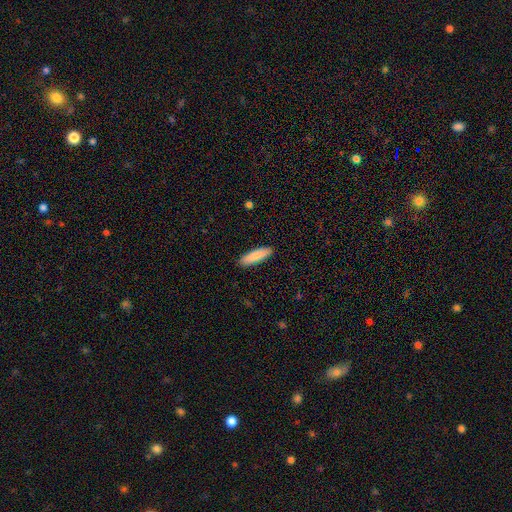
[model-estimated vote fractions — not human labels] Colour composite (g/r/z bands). It shows a smooth galaxy with no disk features (86%) that is cigar-shaped (65%). Merging: none (91%).